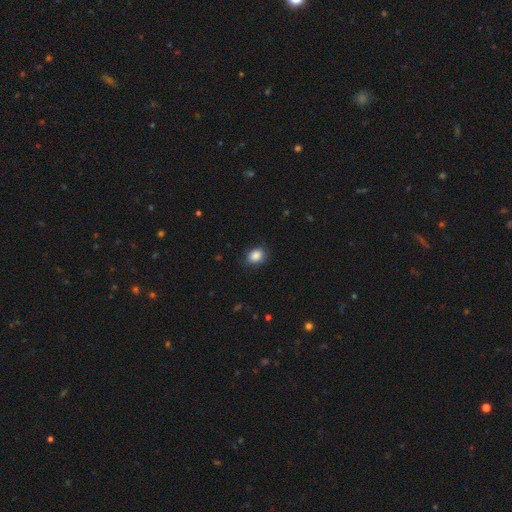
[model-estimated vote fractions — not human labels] smooth-or-featured: smooth: 87% | star or artifact: 9% | featured or disk: 4%
  how-rounded: in between: 58% | round: 41% | cigar-shaped: 1%
  merging: none: 82% | minor disturbance: 14% | major disturbance: 3% | merger: 1%